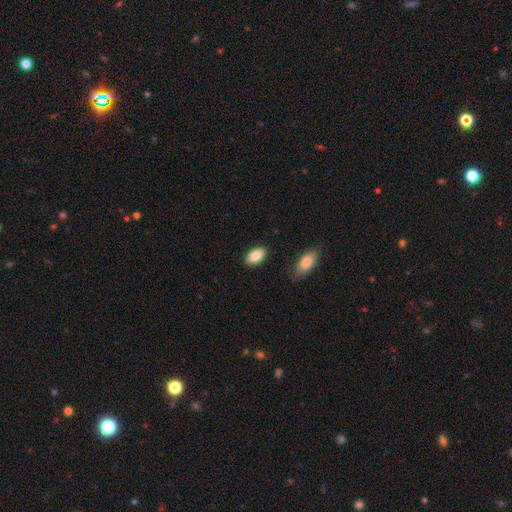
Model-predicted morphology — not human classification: Overall: smooth (87%). How rounded: in between (93%). Merging: none (86%).